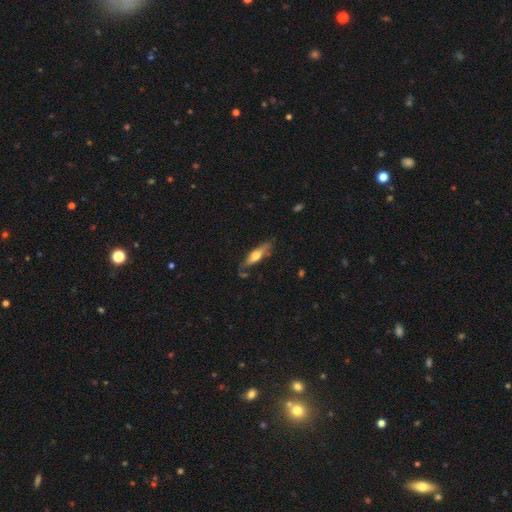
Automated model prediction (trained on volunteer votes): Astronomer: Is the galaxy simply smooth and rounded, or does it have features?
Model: smooth — 51% (runner-up: featured or disk, 43%).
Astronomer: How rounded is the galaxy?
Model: cigar-shaped — 63%.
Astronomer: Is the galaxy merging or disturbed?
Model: none — 68%.